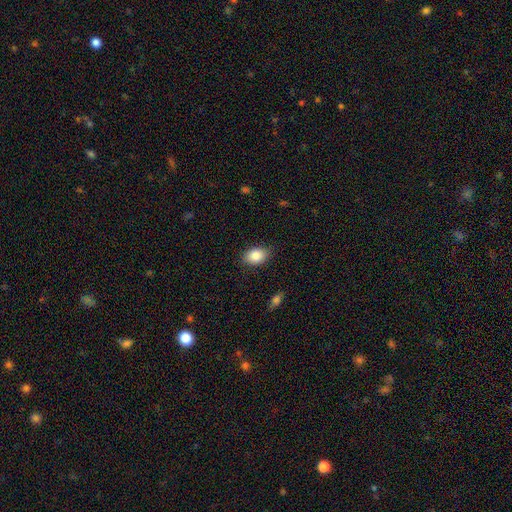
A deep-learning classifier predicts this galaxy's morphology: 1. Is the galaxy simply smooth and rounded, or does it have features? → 86% smooth, 8% star or artifact, 6% featured or disk.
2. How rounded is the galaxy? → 82% in between, 17% round, 1% cigar-shaped.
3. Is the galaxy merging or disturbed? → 84% none, 12% minor disturbance, 3% major disturbance, 1% merger.